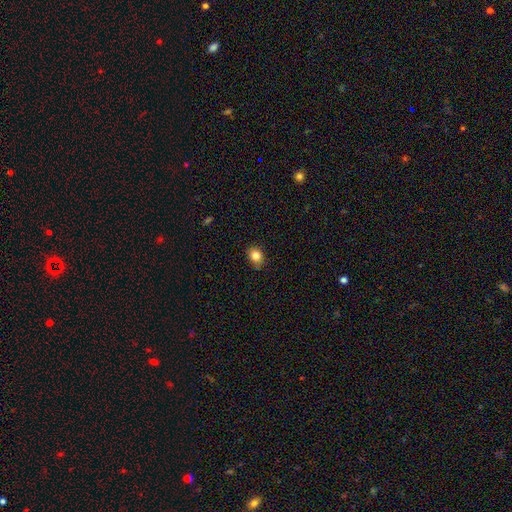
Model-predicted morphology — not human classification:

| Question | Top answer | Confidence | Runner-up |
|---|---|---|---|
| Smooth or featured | smooth | 84% | star or artifact (10%) |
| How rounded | round | 55% | in between (44%) |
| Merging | none | 76% | minor disturbance (19%) |